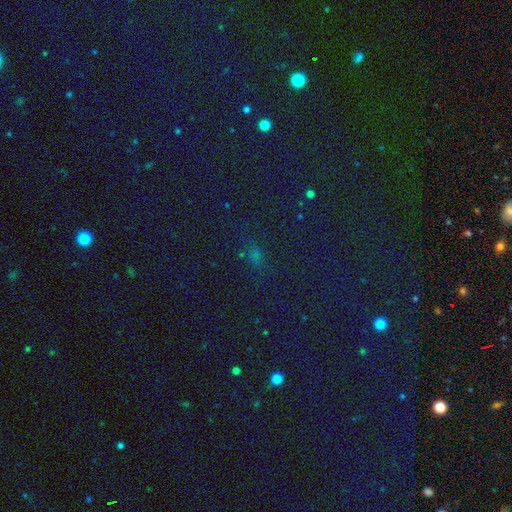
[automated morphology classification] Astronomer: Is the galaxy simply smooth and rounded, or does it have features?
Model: star or artifact — 56% (runner-up: smooth, 35%).